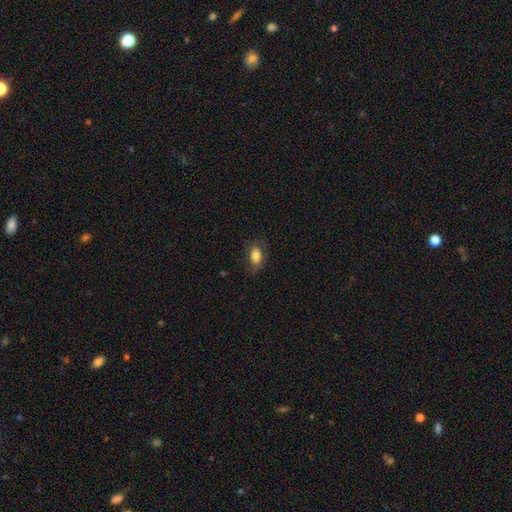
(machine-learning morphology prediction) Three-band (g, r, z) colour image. It shows a smooth galaxy with no disk features (78%) that is in between round and cigar-shaped (87%). Merging: none (76%).